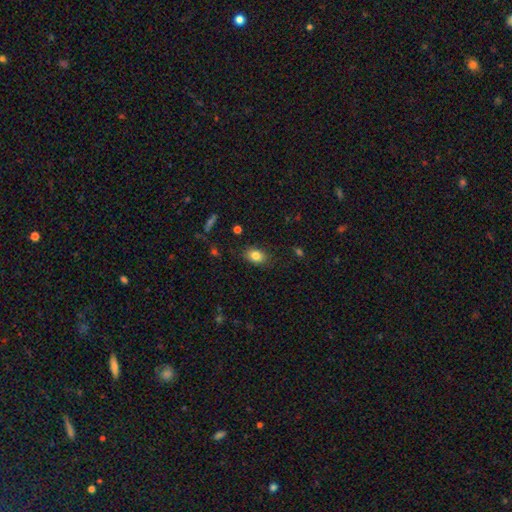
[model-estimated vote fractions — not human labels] Smooth or featured? smooth (83%)
How rounded? in between (77%)
Merging? none (83%)